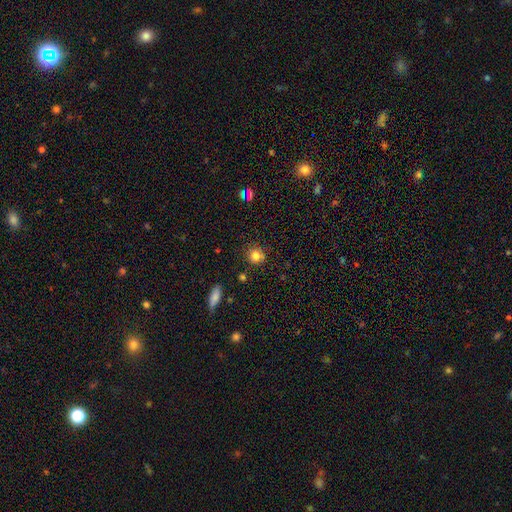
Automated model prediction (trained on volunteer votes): A smooth galaxy with no disk features (81%) that is round (87%).

Vote fractions:
- Smooth or featured? smooth: 81% / star or artifact: 12% / featured or disk: 7%
- How rounded? round: 87% / in between: 12% / cigar-shaped: 1%
- Merging? none: 80% / minor disturbance: 13% / merger: 5% / major disturbance: 3%